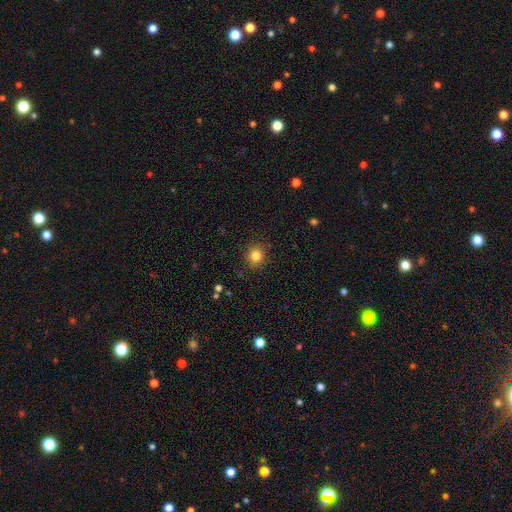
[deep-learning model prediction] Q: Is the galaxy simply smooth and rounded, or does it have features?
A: smooth — 83%.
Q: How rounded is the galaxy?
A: round — 87%.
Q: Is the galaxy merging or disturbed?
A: none — 88%.